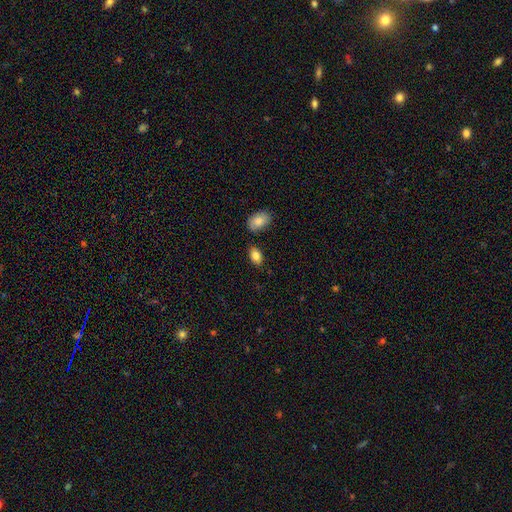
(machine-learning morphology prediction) Overall: smooth (83%). How rounded: in between (90%). Merging: none (80%).